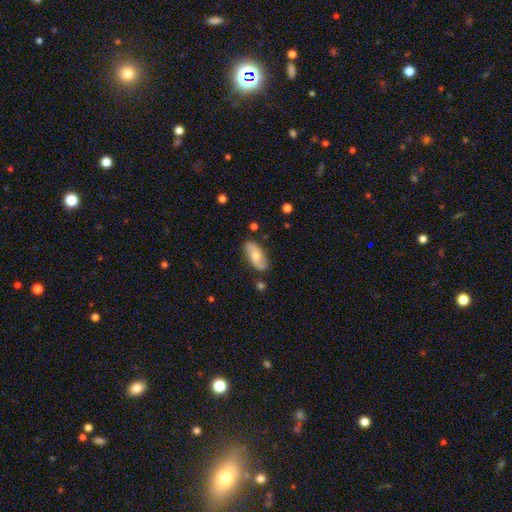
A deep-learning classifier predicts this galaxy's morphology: A smooth galaxy with no disk features (64%) that is in between round and cigar-shaped (88%).

Vote fractions:
- Smooth or featured? smooth: 64% / featured or disk: 30% / star or artifact: 6%
- How rounded? in between: 88% / cigar-shaped: 10% / round: 3%
- Merging? none: 81% / minor disturbance: 14% / major disturbance: 3% / merger: 3%